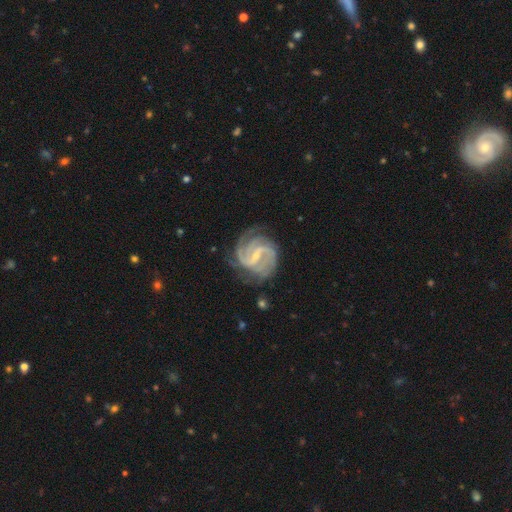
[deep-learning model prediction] The model was most divided on "spiral winding": medium: 46%, tight: 44%, loose: 10%. Remaining: spiral arms — yes (98%); edge-on disk — no (98%); smooth or featured — featured or disk (92%); merging — none (73%); bulge size — small (72%); bar — weak (46%); spiral arm count — 2 (34%).